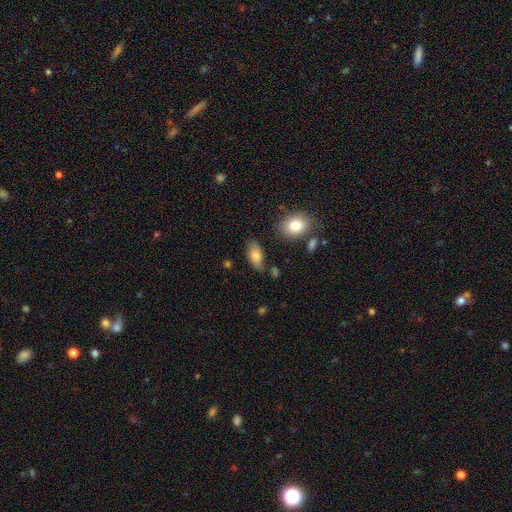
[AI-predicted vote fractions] Smooth or featured? Predicted: smooth (p=0.77). How rounded? Predicted: in between (p=0.90). Merging? Predicted: none (p=0.69).